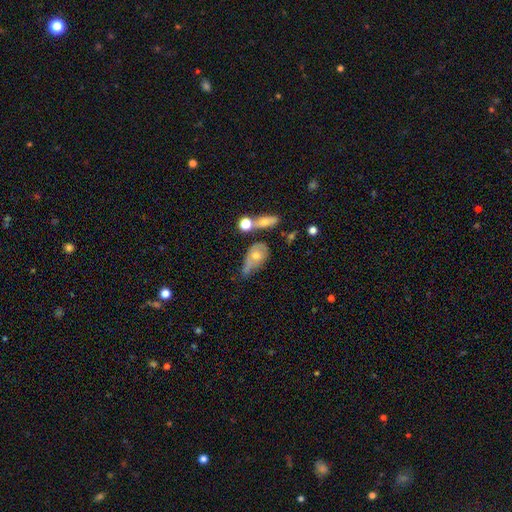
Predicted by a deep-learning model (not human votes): This is possibly a smooth galaxy (47%). Merging: marginally minor disturbance (28%).